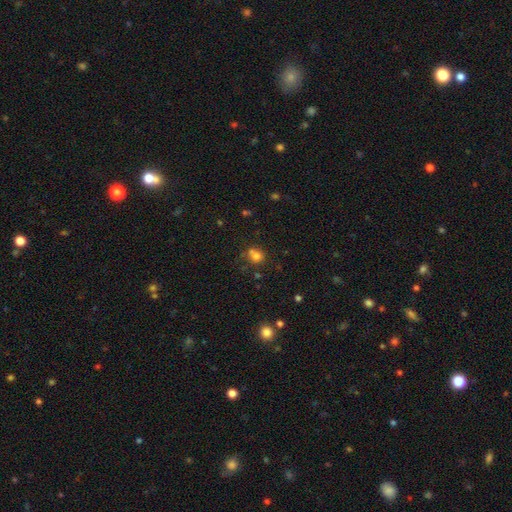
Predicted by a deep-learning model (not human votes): Overall: smooth (74%). How rounded: round (77%). Merging: none (52%; merger 30%).